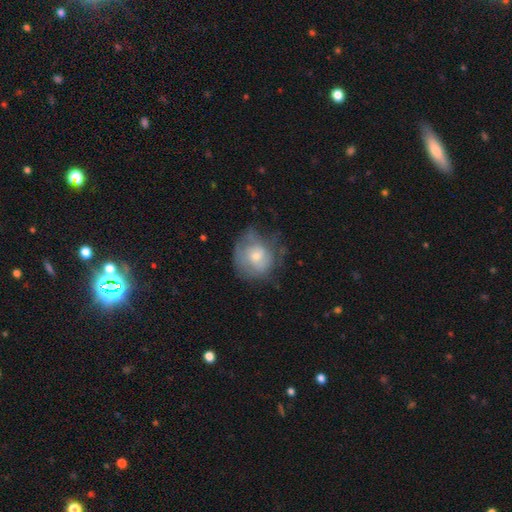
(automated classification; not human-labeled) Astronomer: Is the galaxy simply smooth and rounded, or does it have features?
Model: smooth — 47% (runner-up: featured or disk, 40%).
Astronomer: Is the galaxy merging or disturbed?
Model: none — 57%.